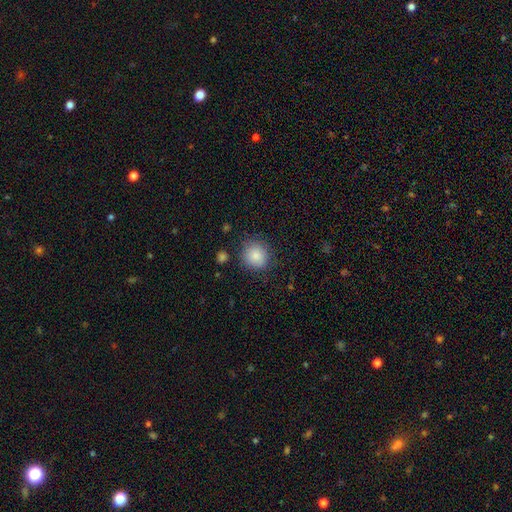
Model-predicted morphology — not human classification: Q: Smooth or featured?
A: smooth (86%); runner-up: star or artifact (9%)
Q: How rounded?
A: round (89%); runner-up: in between (10%)
Q: Merging?
A: none (84%); runner-up: minor disturbance (11%)